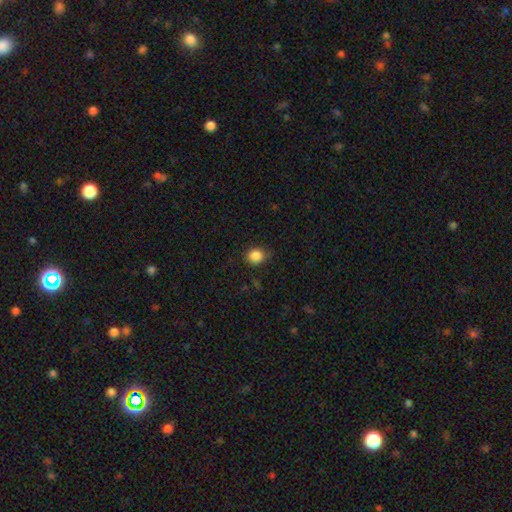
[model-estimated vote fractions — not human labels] The model was most divided on "how rounded": round: 75%, in between: 24%, cigar-shaped: 1%. More confident: smooth or featured — smooth (86%); merging — none (80%).